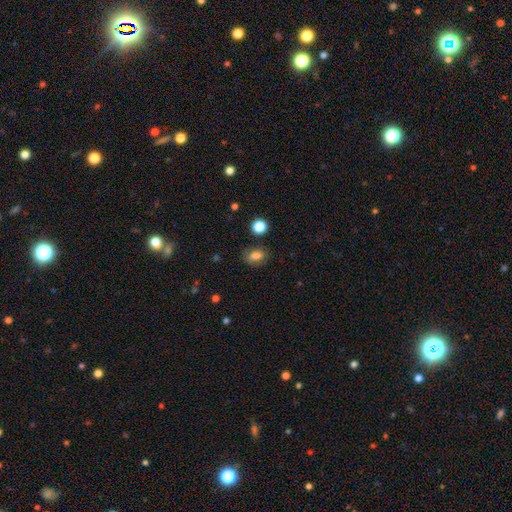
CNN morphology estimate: Smooth or featured? Predicted: smooth (p=0.77). How rounded? Predicted: in between (p=0.77). Merging? Predicted: none (p=0.79).